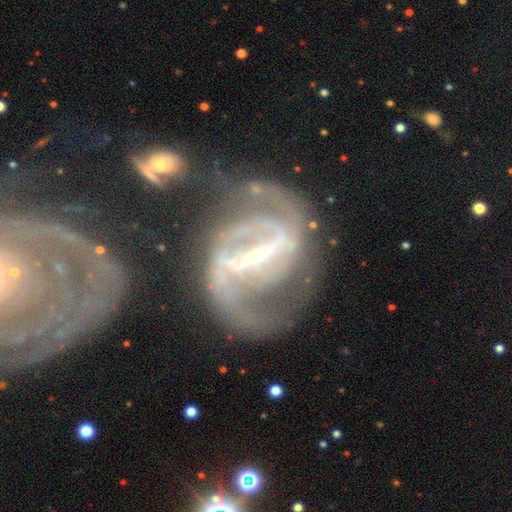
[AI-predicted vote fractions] A featured or disk galaxy (90%) with a strong bar (80%), 2 (70%) medium (45%) spiral arms (94%) and a small central bulge (75%).

Vote fractions:
- Smooth or featured? featured or disk: 90% / star or artifact: 6% / smooth: 4%
- Edge-on disk? no: 96% / yes: 4%
- Bar? strong: 80% / weak: 16% / no: 5%
- Spiral arms? yes: 94% / no: 6%
- Spiral winding? medium: 45% / tight: 36% / loose: 19%
- Spiral arm count? 2: 70% / can't tell: 11% / 3: 8% / 1: 4% / 4: 4% / more than 4: 3%
- Bulge size? small: 75% / moderate: 19% / none: 3% / large: 2% / dominant: 1%
- Merging? none: 47% / major disturbance: 19% / minor disturbance: 17% / merger: 16%